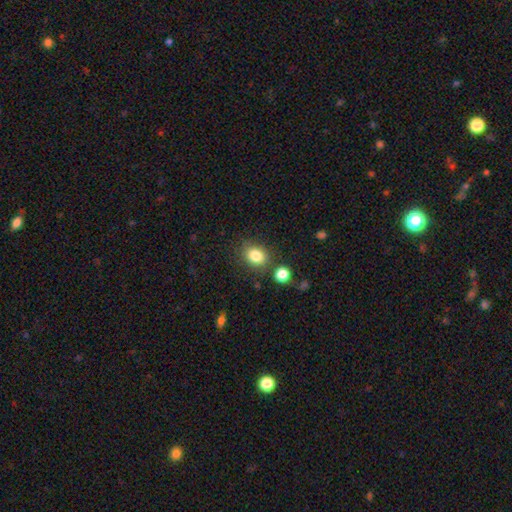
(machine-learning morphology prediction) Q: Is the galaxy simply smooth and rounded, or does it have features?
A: smooth — 83%.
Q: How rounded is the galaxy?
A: in between — 54%.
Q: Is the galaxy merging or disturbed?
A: none — 78%.